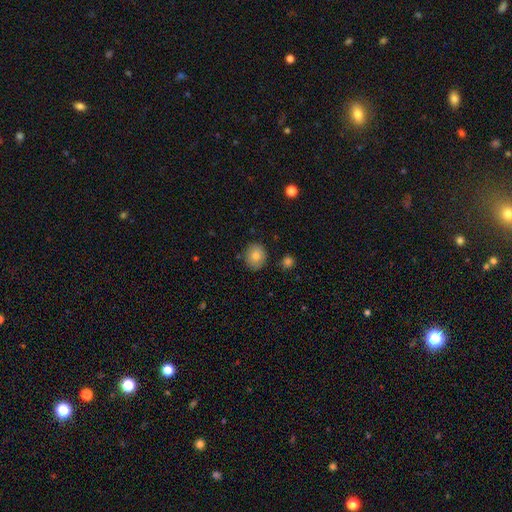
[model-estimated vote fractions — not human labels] smooth-or-featured: smooth: 78% | featured or disk: 13% | star or artifact: 9%
  how-rounded: round: 76% | in between: 23% | cigar-shaped: 1%
  merging: none: 87% | minor disturbance: 9% | merger: 2% | major disturbance: 2%